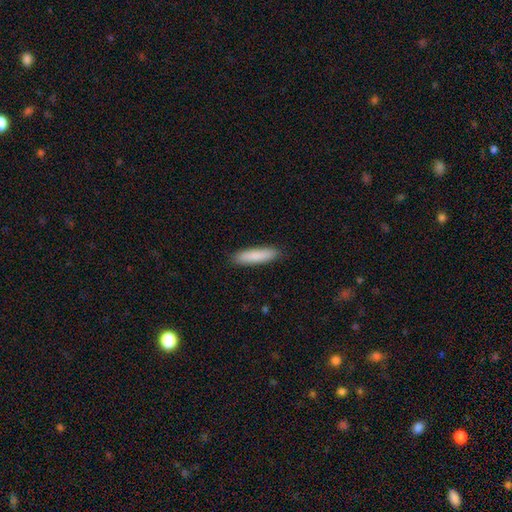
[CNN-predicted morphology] This is clearly a smooth galaxy (87%). How rounded: likely cigar-shaped (77%). Merging: clearly none (89%).